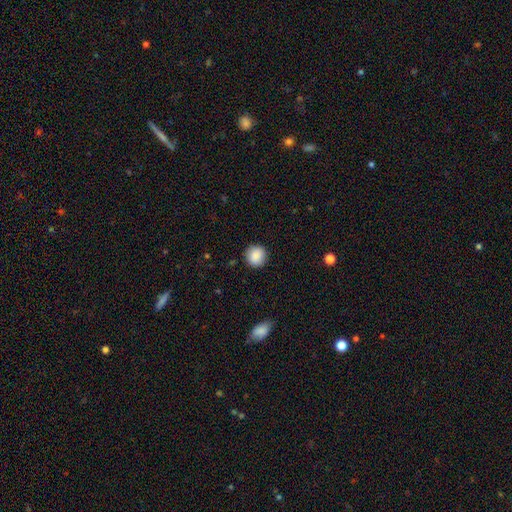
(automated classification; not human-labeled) Q: Smooth or featured?
A: smooth (88%); runner-up: star or artifact (8%)
Q: How rounded?
A: round (93%); runner-up: in between (6%)
Q: Merging?
A: none (91%); runner-up: minor disturbance (6%)